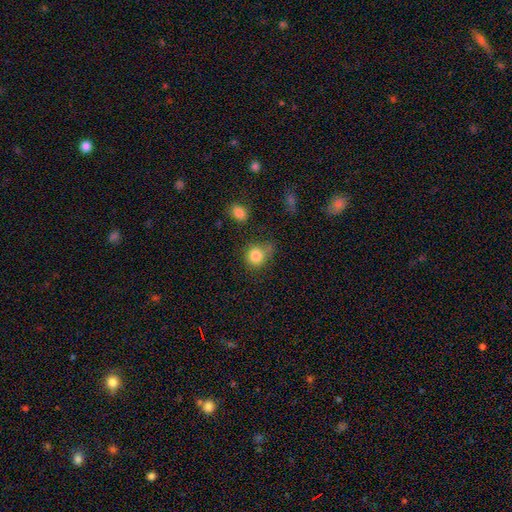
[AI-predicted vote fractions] smooth 84%, star or artifact 10%, featured or disk 6%. Down the decision tree: how rounded — round (83%); merging — none (63%).